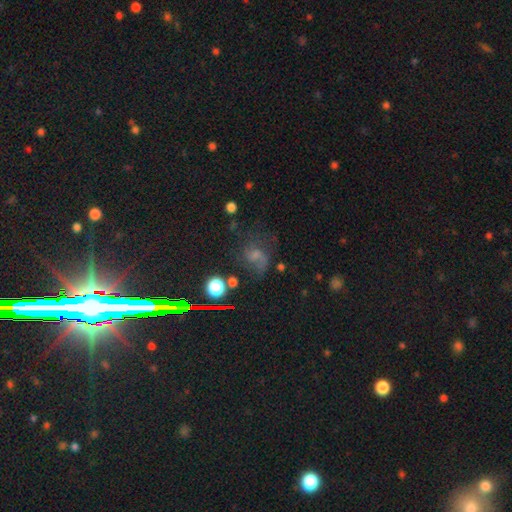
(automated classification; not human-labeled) Q: Smooth or featured?
A: featured or disk (37%); runner-up: star or artifact (35%)
Q: Merging?
A: none (51%); runner-up: major disturbance (24%)